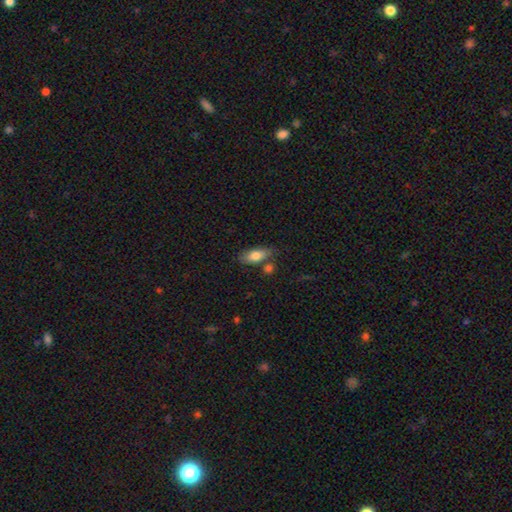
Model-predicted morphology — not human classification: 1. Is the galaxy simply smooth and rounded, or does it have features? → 78% smooth, 15% featured or disk, 7% star or artifact.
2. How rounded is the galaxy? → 81% in between, 16% cigar-shaped, 3% round.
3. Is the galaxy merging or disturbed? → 68% none, 16% minor disturbance, 12% merger, 4% major disturbance.